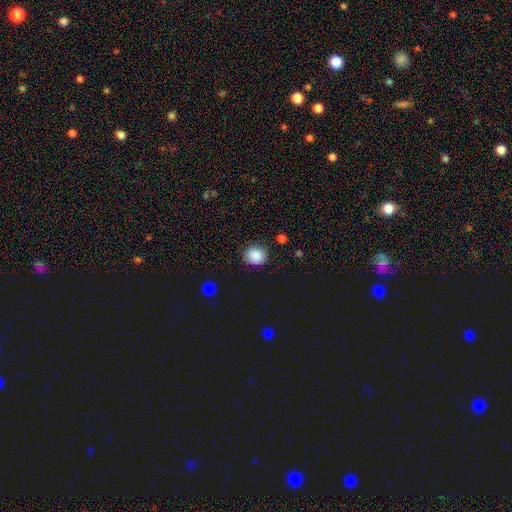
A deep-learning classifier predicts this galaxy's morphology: This appears to be a smooth galaxy with no disk features (87%) that is round (85%). Merging: none (84%).